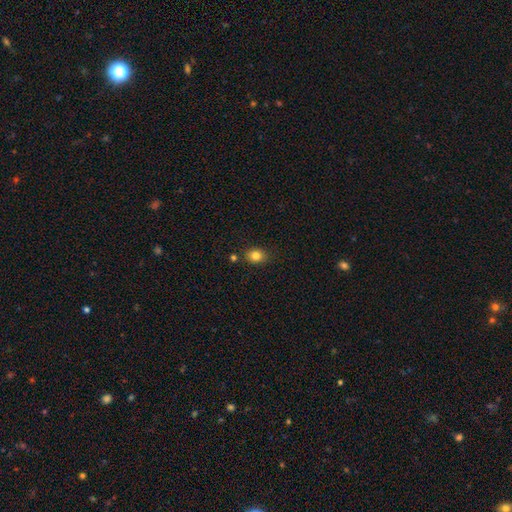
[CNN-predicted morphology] This appears to be a smooth galaxy with no disk features (82%) that is in between round and cigar-shaped (52%). Merging: none (80%).